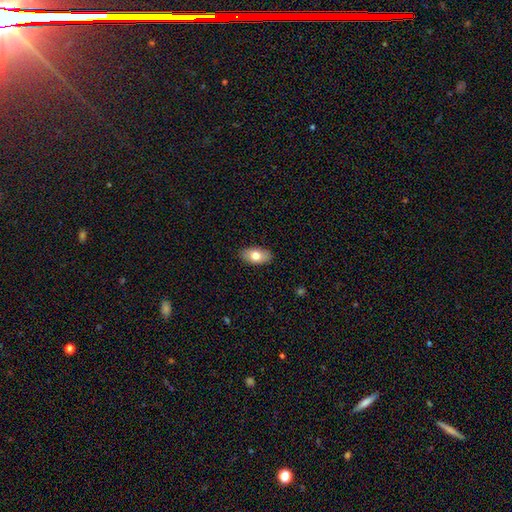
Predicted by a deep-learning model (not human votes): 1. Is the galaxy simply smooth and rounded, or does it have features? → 78% smooth, 16% featured or disk, 7% star or artifact.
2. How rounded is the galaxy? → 93% in between, 5% round, 3% cigar-shaped.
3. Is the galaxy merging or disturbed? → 88% none, 9% minor disturbance, 2% major disturbance, 1% merger.